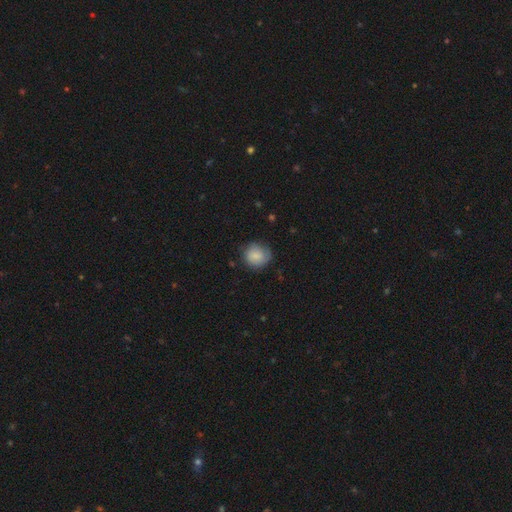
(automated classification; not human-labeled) Smooth or featured: smooth — 76% (featured or disk — 17%)
How rounded: round — 83% (in between — 16%)
Merging: none — 69% (minor disturbance — 23%)